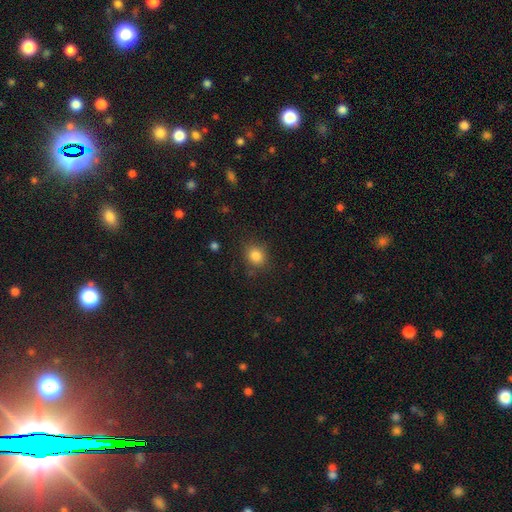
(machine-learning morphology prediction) type=smooth (83%); roundness=round (72%); merging=none (83%).